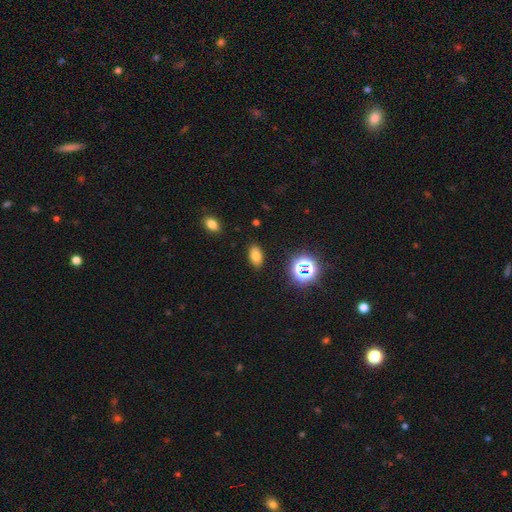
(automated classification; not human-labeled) smooth_or_featured: smooth (p=0.75) [alt: star or artifact p=0.17]
how_rounded: in between (p=0.90) [alt: round p=0.08]
merging: none (p=0.88) [alt: minor disturbance p=0.08]